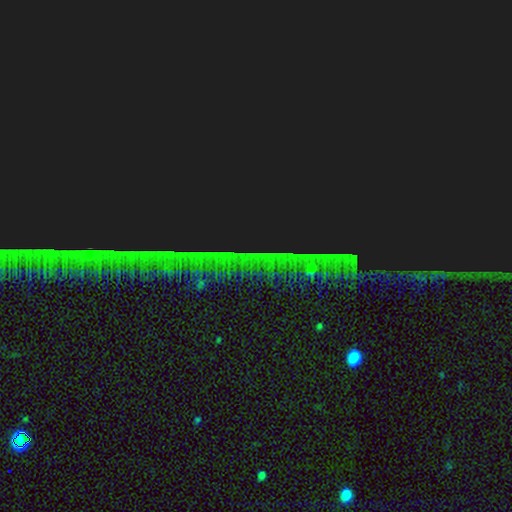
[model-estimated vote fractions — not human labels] A star or artifact, not a galaxy (84%).